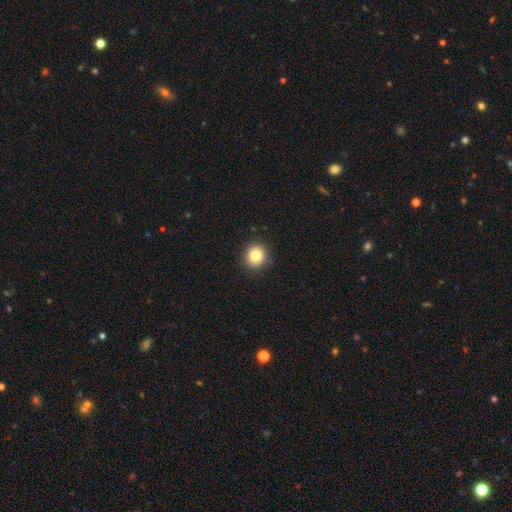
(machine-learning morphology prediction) Q: Smooth or featured?
A: smooth (83%); runner-up: star or artifact (11%)
Q: How rounded?
A: round (85%); runner-up: in between (14%)
Q: Merging?
A: none (90%); runner-up: minor disturbance (7%)